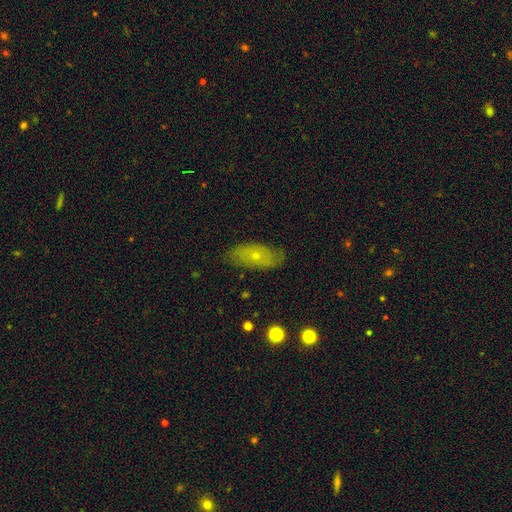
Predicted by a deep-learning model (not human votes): Smooth or featured: smooth — 49% (featured or disk — 43%)
Merging: none — 78% (minor disturbance — 17%)